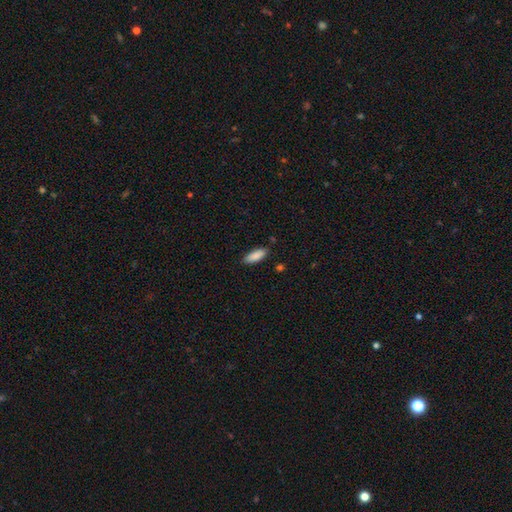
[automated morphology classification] Overall: smooth (89%). How rounded: in between (69%; cigar-shaped 30%). Merging: none (84%).